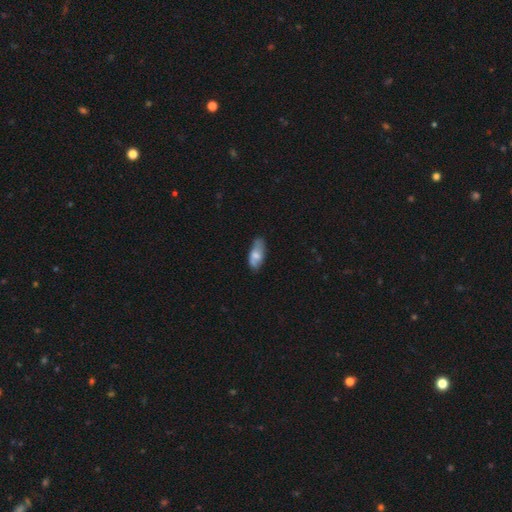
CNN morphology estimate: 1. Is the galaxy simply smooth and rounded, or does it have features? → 68% smooth, 26% featured or disk, 6% star or artifact.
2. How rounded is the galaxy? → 83% in between, 15% cigar-shaped, 2% round.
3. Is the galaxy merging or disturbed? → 70% none, 23% minor disturbance, 4% major disturbance, 2% merger.